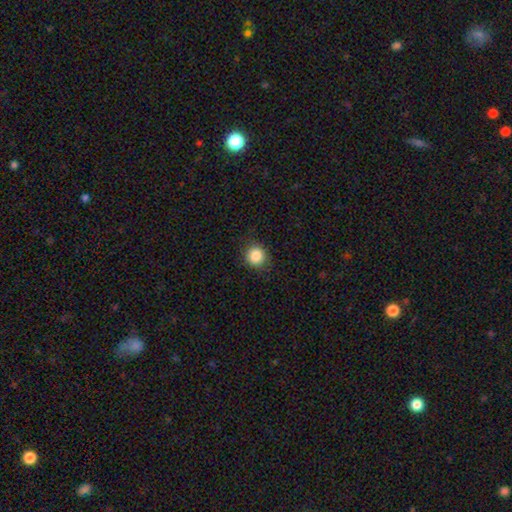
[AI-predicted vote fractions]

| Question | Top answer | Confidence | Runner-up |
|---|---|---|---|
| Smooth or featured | smooth | 87% | star or artifact (10%) |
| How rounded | round | 90% | in between (9%) |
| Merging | none | 87% | minor disturbance (9%) |